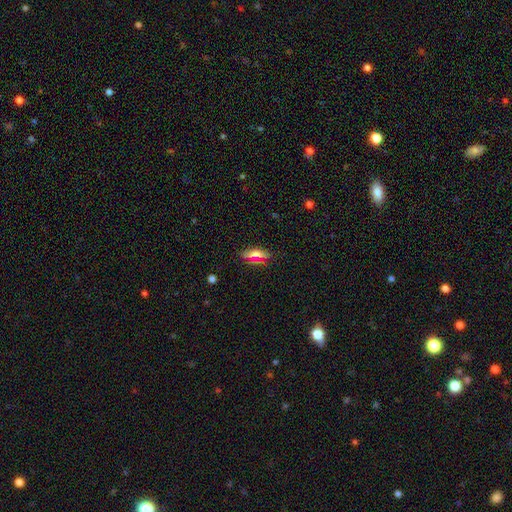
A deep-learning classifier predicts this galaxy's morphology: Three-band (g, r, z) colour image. It shows a smooth galaxy with no disk features (64%) that is in between round and cigar-shaped (75%). Merging: none (83%).